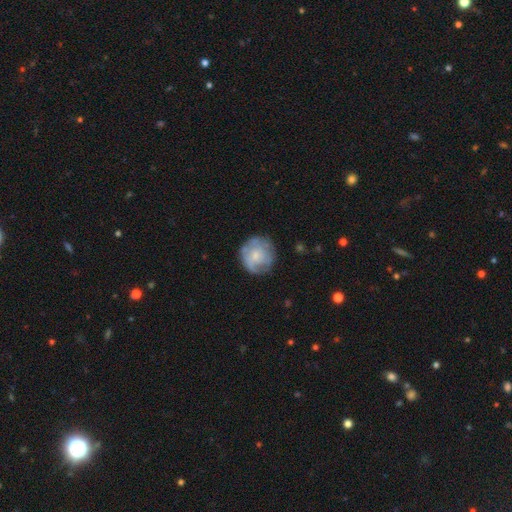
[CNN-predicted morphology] This is possibly a featured or disk galaxy (51%). It is clearly not viewed edge-on (98%). Bar: likely no (80%). Spiral arm pattern: likely yes (64%). Central bulge: likely small (64%). Merging: likely none (72%).